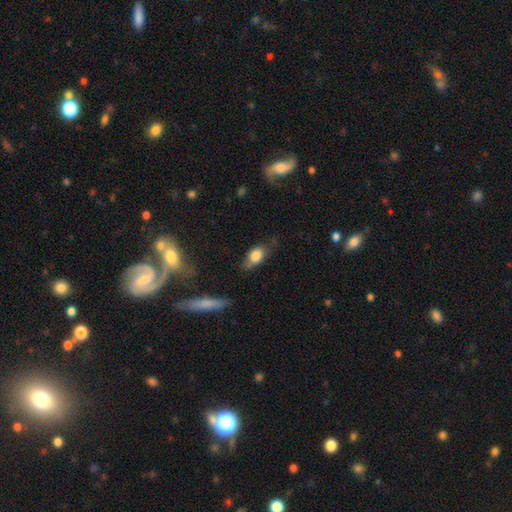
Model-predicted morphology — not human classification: Smooth or featured? smooth (78%)
How rounded? in between (83%)
Merging? none (63%)